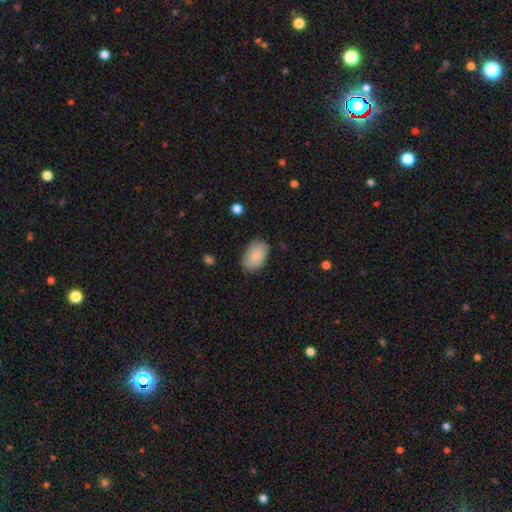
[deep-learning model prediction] Q: Smooth or featured?
A: smooth (85%); runner-up: featured or disk (9%)
Q: How rounded?
A: in between (89%); runner-up: round (10%)
Q: Merging?
A: none (74%); runner-up: minor disturbance (20%)